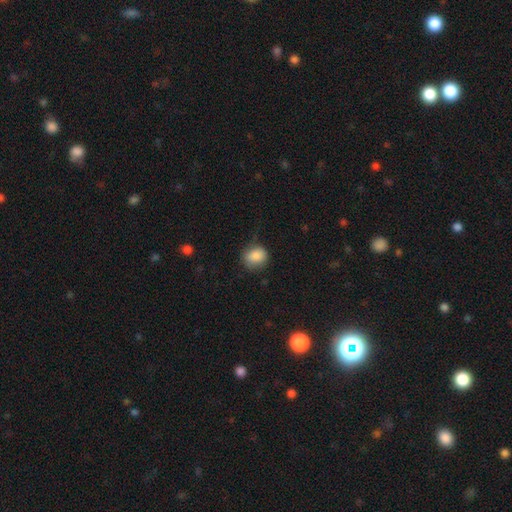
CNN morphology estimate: A smooth galaxy with no disk features (86%) that is round (63%). Merging: none (69%).